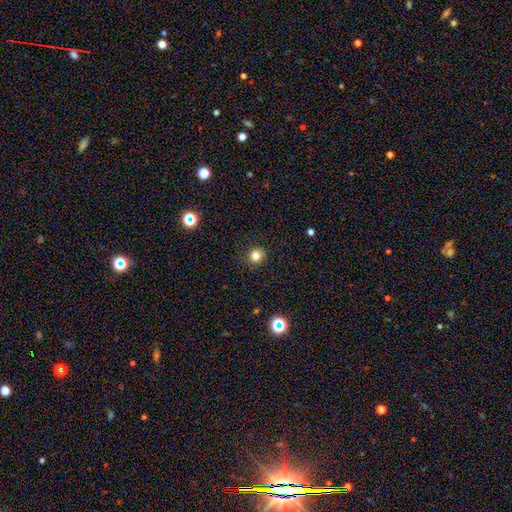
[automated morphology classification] This appears to be a smooth galaxy with no disk features (80%) that is round (91%). Merging: none (91%).